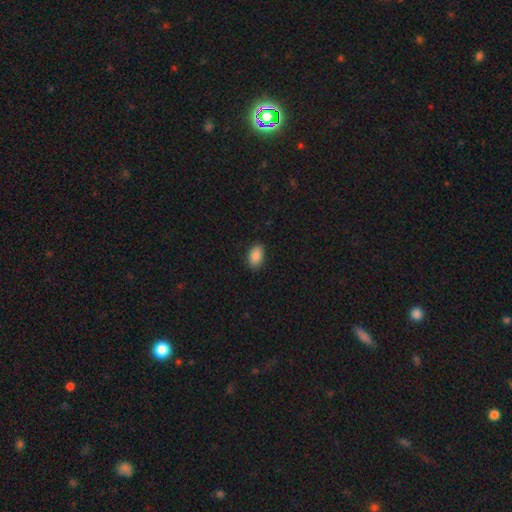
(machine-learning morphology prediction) The model was most divided on "smooth or featured": smooth: 85%, star or artifact: 8%, featured or disk: 7%. More confident: how rounded — in between (90%); merging — none (88%).